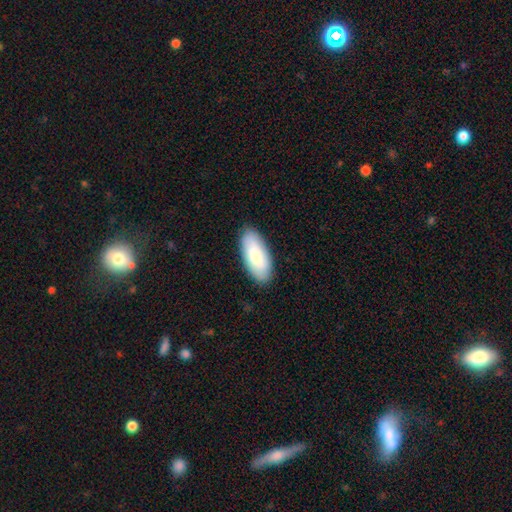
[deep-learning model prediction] This is clearly a smooth galaxy (82%). How rounded: clearly in between (87%). Merging: clearly none (87%).